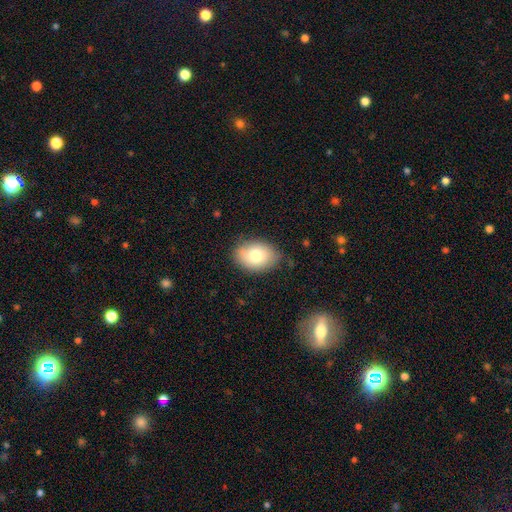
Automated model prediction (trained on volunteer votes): smooth 77%, featured or disk 15%, star or artifact 8%. Down the decision tree: how rounded — in between (82%); merging — none (78%).